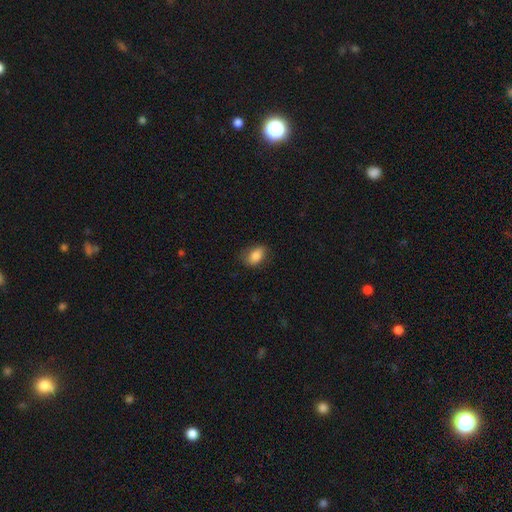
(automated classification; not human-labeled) A smooth galaxy with no disk features (83%) that is in between round and cigar-shaped (86%).

Vote fractions:
- Smooth or featured? smooth: 83% / featured or disk: 9% / star or artifact: 8%
- How rounded? in between: 86% / round: 12% / cigar-shaped: 2%
- Merging? none: 70% / minor disturbance: 23% / major disturbance: 6% / merger: 1%